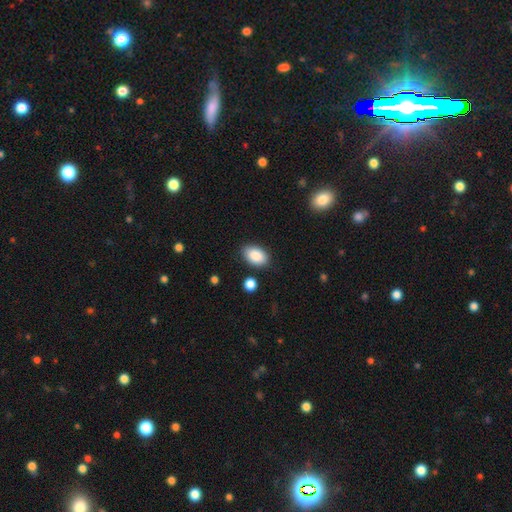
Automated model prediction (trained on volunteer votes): smooth_or_featured: smooth (p=0.88) [alt: star or artifact p=0.07]
how_rounded: in between (p=0.90) [alt: round p=0.08]
merging: none (p=0.84) [alt: minor disturbance p=0.10]